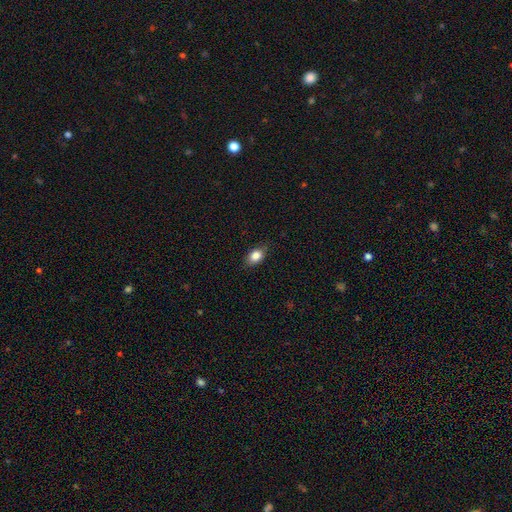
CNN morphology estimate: This appears to be a smooth galaxy with no disk features (83%) that is in between round and cigar-shaped (80%). Merging: none (80%).